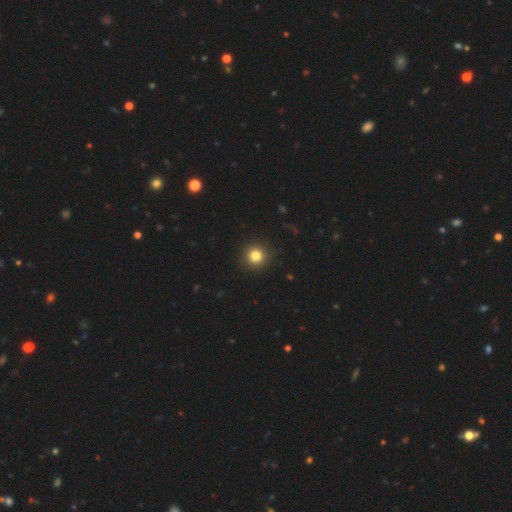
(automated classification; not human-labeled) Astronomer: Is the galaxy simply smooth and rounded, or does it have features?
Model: smooth — 82%.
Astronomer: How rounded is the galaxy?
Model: round — 94%.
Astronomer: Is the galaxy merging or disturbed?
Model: none — 92%.